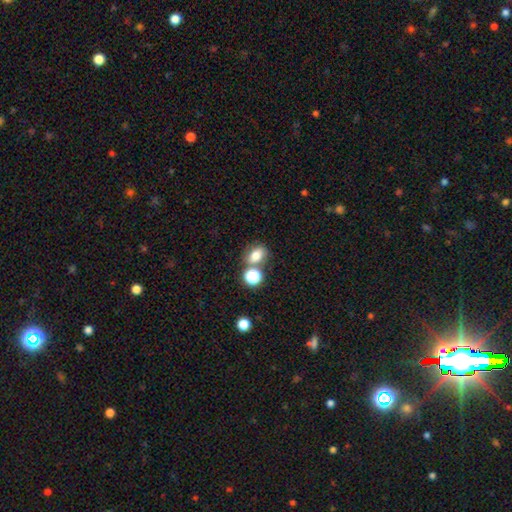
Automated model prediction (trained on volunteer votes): Morphology: type=smooth (74%); roundness=in between (61%); merging=none (60%).